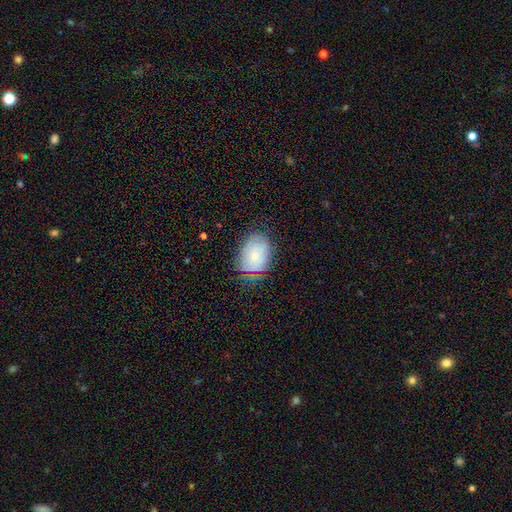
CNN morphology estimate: A smooth galaxy with no disk features (64%) that is in between round and cigar-shaped (77%). Merging: none (73%).